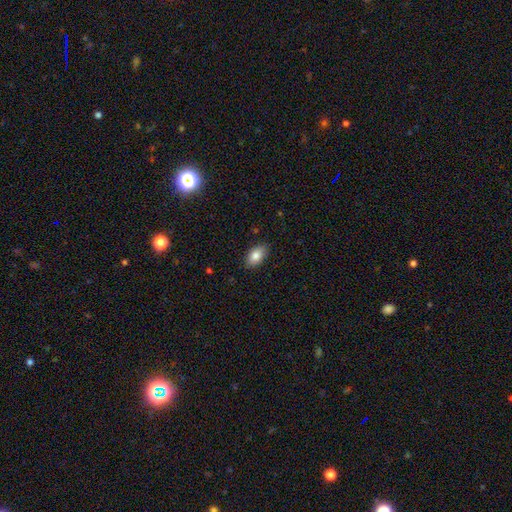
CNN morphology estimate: Smooth or featured: smooth — 83% (featured or disk — 10%)
How rounded: in between — 91% (round — 7%)
Merging: none — 86% (minor disturbance — 11%)